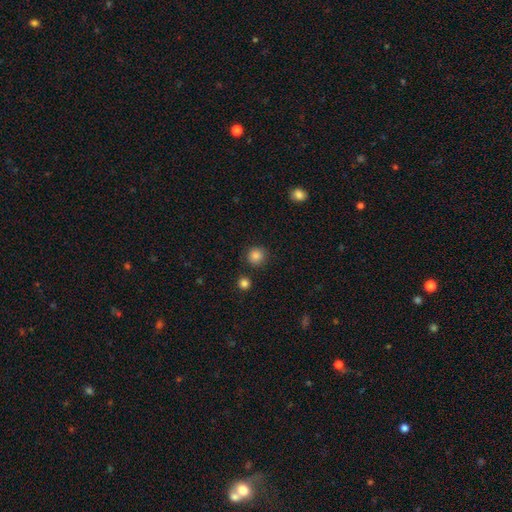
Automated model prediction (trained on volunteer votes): A smooth galaxy with no disk features (84%) that is round (94%). Merging: none (89%).